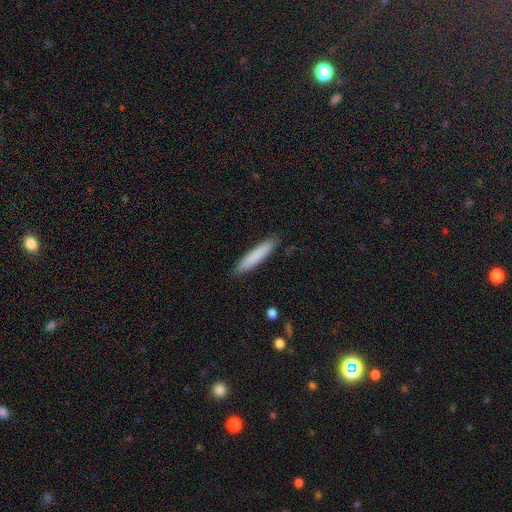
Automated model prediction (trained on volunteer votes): Overall: smooth (82%). How rounded: cigar-shaped (90%). Merging: none (89%).